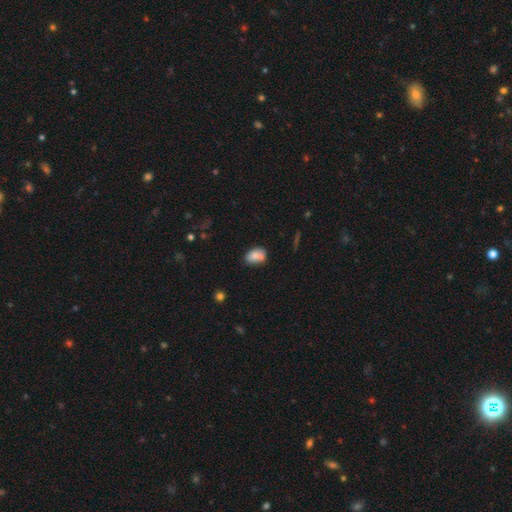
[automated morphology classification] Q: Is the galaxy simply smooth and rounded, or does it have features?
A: smooth — 76%.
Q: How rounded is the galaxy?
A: in between — 80%.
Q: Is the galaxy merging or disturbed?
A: none — 44%.